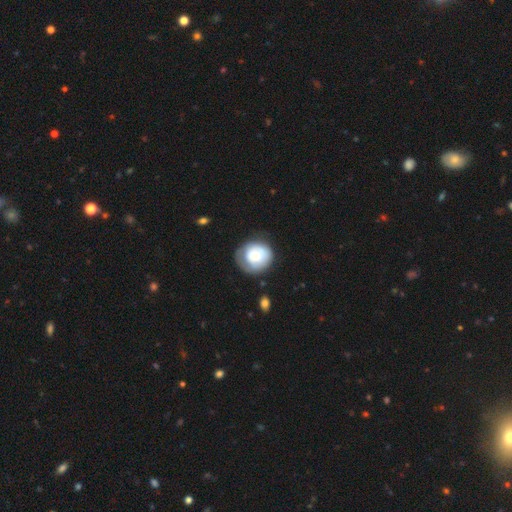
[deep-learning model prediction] smooth_or_featured: smooth (p=0.62) [alt: featured or disk p=0.32]
how_rounded: round (p=0.83) [alt: in between p=0.16]
merging: none (p=0.58) [alt: minor disturbance p=0.27]